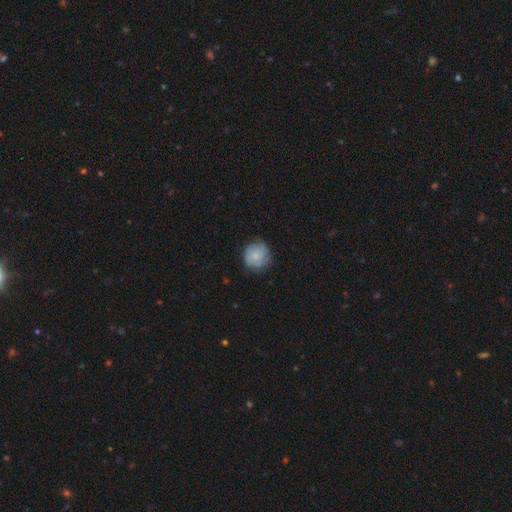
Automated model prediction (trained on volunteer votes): Overall: smooth (59%; featured or disk 33%). How rounded: round (91%). Merging: none (75%).